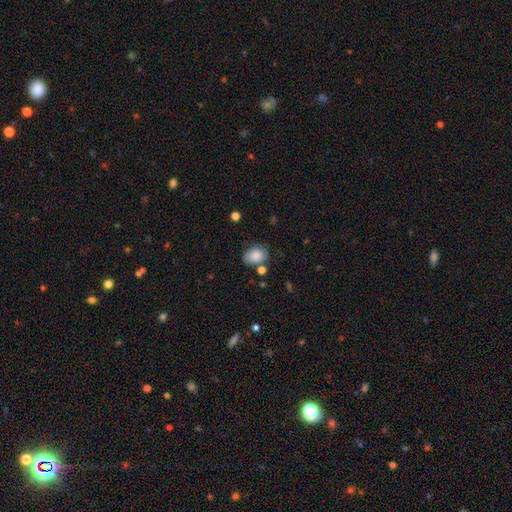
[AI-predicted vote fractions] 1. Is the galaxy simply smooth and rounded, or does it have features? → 82% smooth, 10% featured or disk, 8% star or artifact.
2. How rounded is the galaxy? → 72% in between, 27% round, 1% cigar-shaped.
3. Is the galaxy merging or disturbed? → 61% none, 24% minor disturbance, 8% merger, 7% major disturbance.